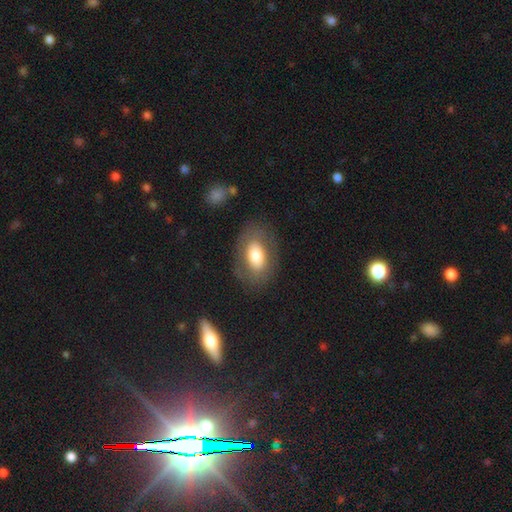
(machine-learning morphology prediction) The model was most divided on "smooth or featured": smooth: 65%, featured or disk: 28%, star or artifact: 7%. More confident: how rounded — in between (88%); merging — none (79%).